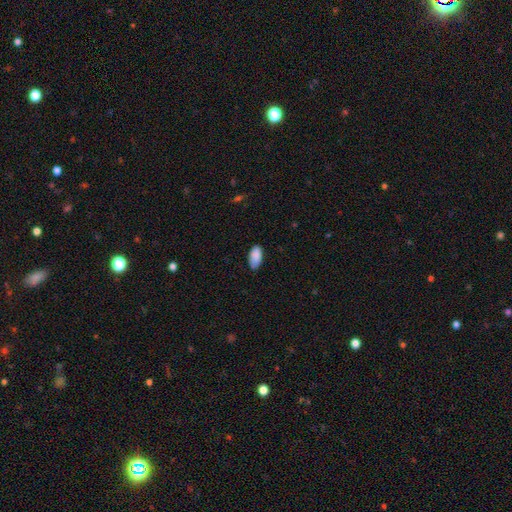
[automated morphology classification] smooth 88%, star or artifact 7%, featured or disk 5%. Down the decision tree: how rounded — in between (93%); merging — none (74%).